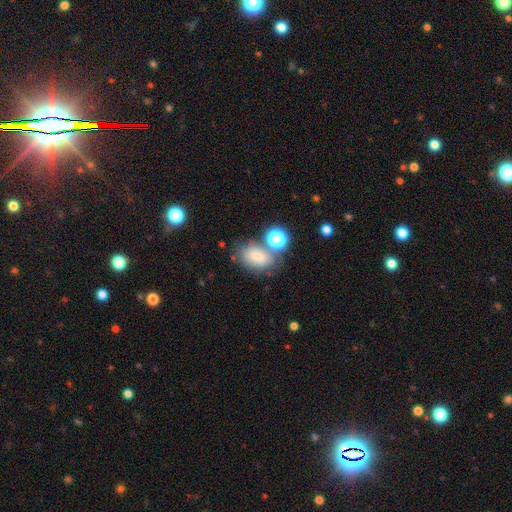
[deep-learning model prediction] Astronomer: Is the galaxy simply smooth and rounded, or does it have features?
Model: smooth — 63%.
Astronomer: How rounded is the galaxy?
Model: in between — 76%.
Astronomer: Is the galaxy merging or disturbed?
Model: none — 58%.